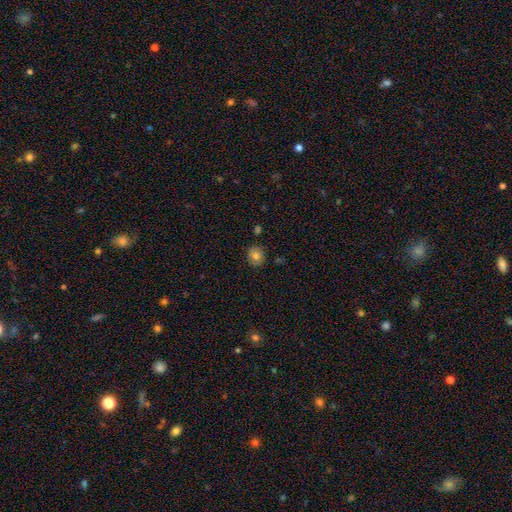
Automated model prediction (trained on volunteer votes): A smooth galaxy with no disk features (80%) that is round (76%).

Vote fractions:
- Smooth or featured? smooth: 80% / star or artifact: 11% / featured or disk: 9%
- How rounded? round: 76% / in between: 23% / cigar-shaped: 1%
- Merging? none: 85% / minor disturbance: 11% / major disturbance: 2% / merger: 2%